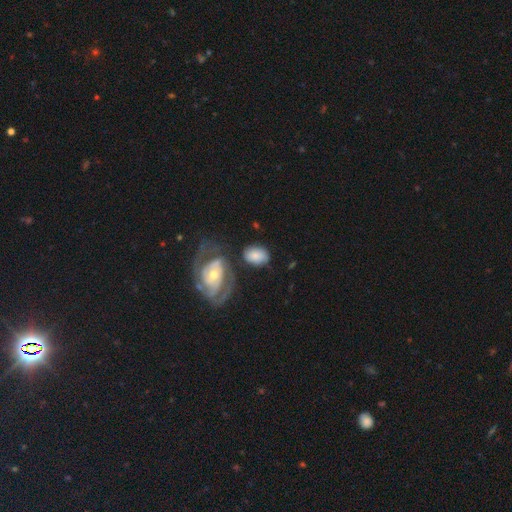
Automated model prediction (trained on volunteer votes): Smooth or featured?
  - smooth: 65% *
  - featured or disk: 28%
  - star or artifact: 7%
How rounded?
  - in between: 76% *
  - round: 23%
  - cigar-shaped: 1%
Merging?
  - none: 53% *
  - minor disturbance: 20%
  - merger: 15%
  - major disturbance: 12%